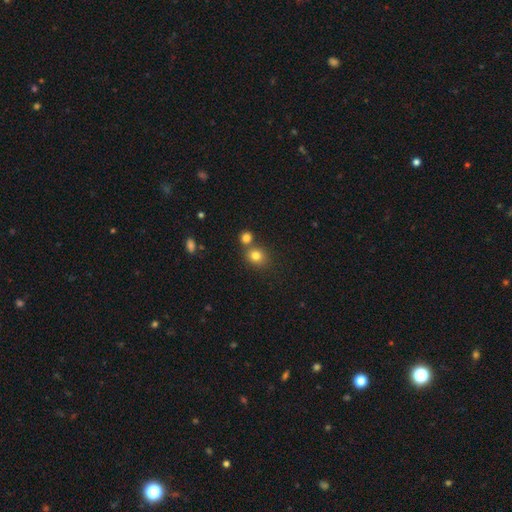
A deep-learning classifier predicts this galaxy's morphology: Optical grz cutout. It shows a smooth galaxy with no disk features (80%) that is round (77%). Merging: none (61%).